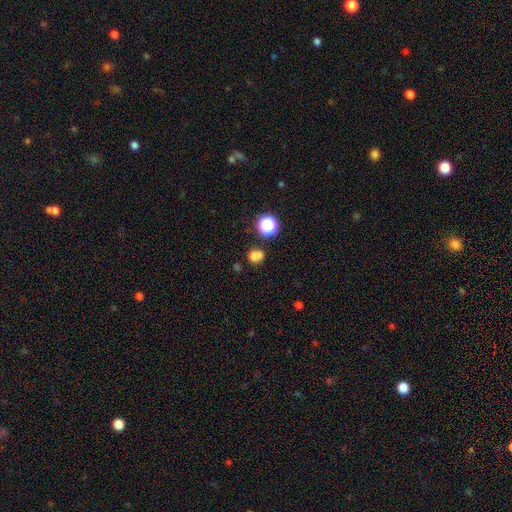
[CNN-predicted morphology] Smooth or featured? Predicted: smooth (p=0.71). How rounded? Predicted: round (p=0.78). Merging? Predicted: none (p=0.47).